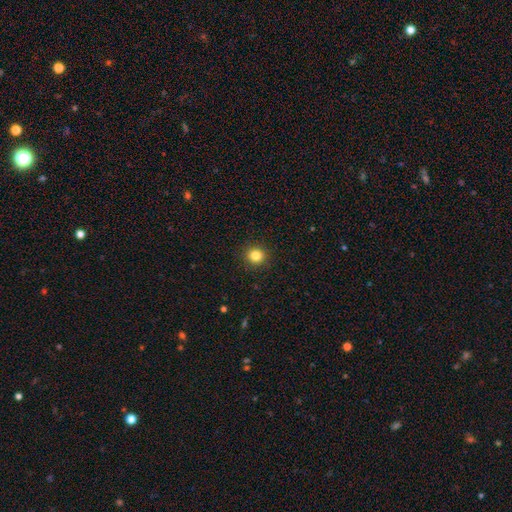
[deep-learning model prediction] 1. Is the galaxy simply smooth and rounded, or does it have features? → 83% smooth, 12% star or artifact, 5% featured or disk.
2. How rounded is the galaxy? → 91% round, 8% in between, 1% cigar-shaped.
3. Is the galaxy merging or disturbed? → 92% none, 5% minor disturbance, 2% major disturbance, 1% merger.